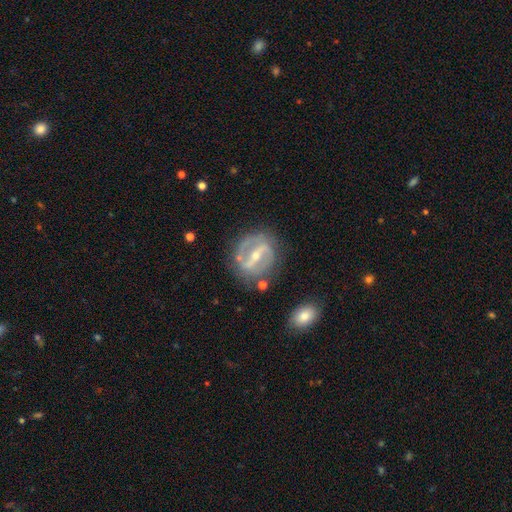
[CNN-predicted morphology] featured or disk 85%, smooth 9%, star or artifact 6%. Down the decision tree: edge-on disk — no (95%); bar — strong (69%); spiral arms — yes (85%); spiral arm count — 2 (84%); spiral winding — medium (45%); bulge size — small (57%); merging — none (78%).